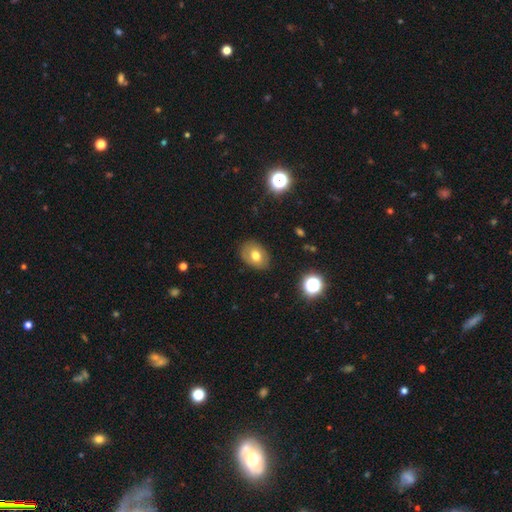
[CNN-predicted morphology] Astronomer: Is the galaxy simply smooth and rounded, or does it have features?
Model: smooth — 69%.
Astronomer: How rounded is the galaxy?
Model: in between — 69%.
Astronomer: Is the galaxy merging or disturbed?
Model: none — 82%.